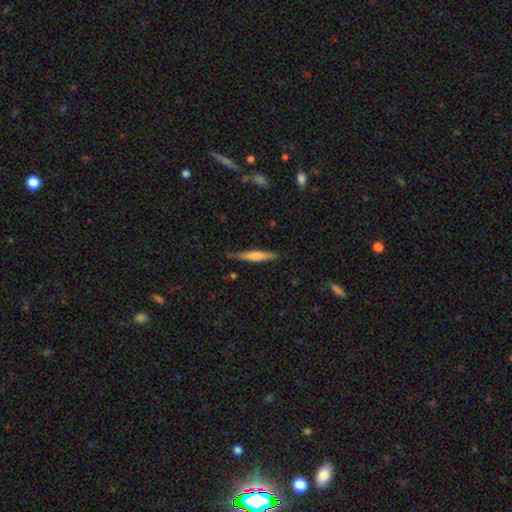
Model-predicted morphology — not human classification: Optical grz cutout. It shows a smooth galaxy with no disk features (54%) that is cigar-shaped (91%). Merging: none (82%).